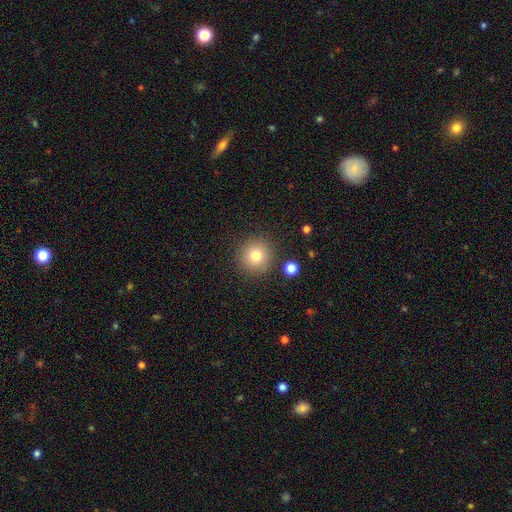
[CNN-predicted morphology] Smooth or featured? Predicted: smooth (p=0.80). How rounded? Predicted: round (p=0.94). Merging? Predicted: none (p=0.87).